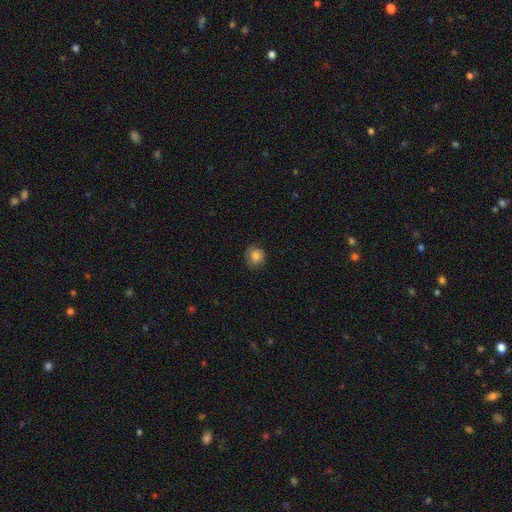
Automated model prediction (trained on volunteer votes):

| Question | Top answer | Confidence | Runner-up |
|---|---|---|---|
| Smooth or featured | smooth | 81% | star or artifact (10%) |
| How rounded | round | 86% | in between (13%) |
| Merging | none | 81% | minor disturbance (15%) |